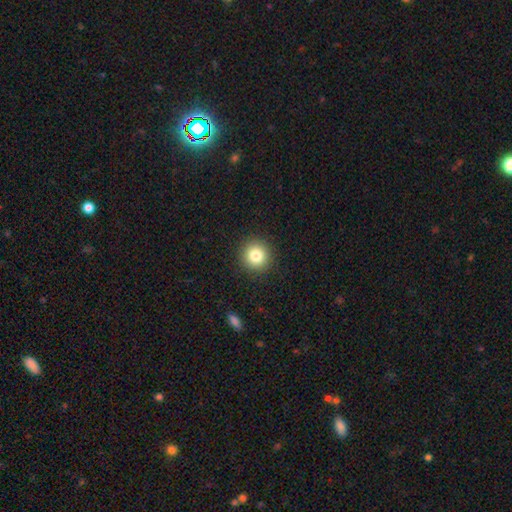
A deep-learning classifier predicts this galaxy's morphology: This is clearly a smooth galaxy (82%). How rounded: clearly round (93%). Merging: clearly none (92%).